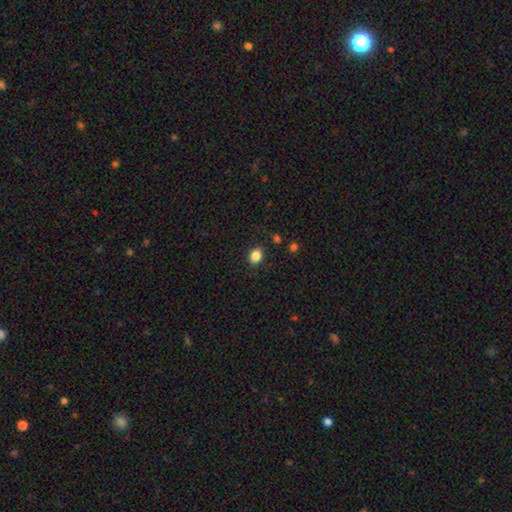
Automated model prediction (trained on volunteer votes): Smooth or featured? Predicted: smooth (p=0.85). How rounded? Predicted: in between (p=0.58). Merging? Predicted: none (p=0.87).